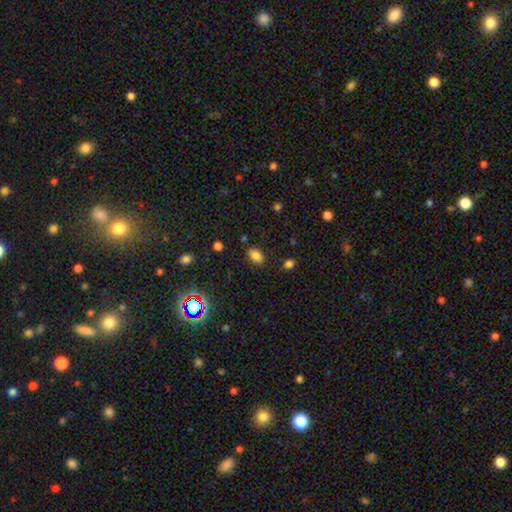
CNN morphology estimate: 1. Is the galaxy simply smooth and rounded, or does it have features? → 82% smooth, 12% star or artifact, 7% featured or disk.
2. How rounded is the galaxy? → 89% in between, 9% round, 2% cigar-shaped.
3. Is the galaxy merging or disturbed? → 82% none, 12% minor disturbance, 3% major disturbance, 2% merger.